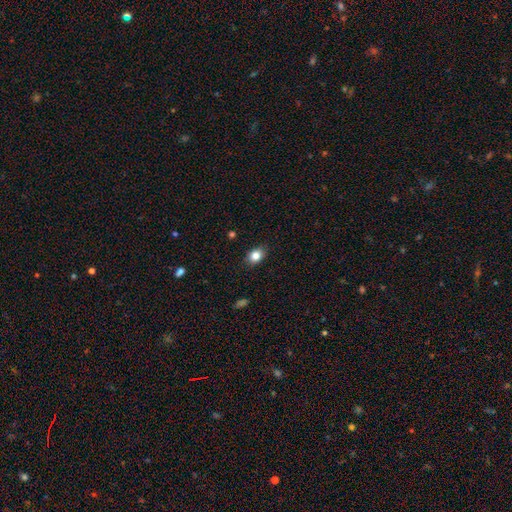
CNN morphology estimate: Smooth or featured?
  - smooth: 83% *
  - star or artifact: 10%
  - featured or disk: 7%
How rounded?
  - in between: 65% *
  - round: 33%
  - cigar-shaped: 1%
Merging?
  - none: 86% *
  - minor disturbance: 11%
  - major disturbance: 2%
  - merger: 1%